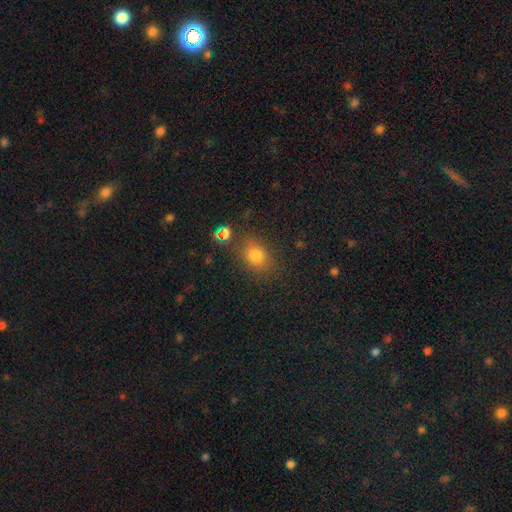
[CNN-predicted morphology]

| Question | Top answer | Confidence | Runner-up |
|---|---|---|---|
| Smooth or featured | smooth | 78% | star or artifact (15%) |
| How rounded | round | 50% | in between (48%) |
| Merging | none | 78% | minor disturbance (13%) |